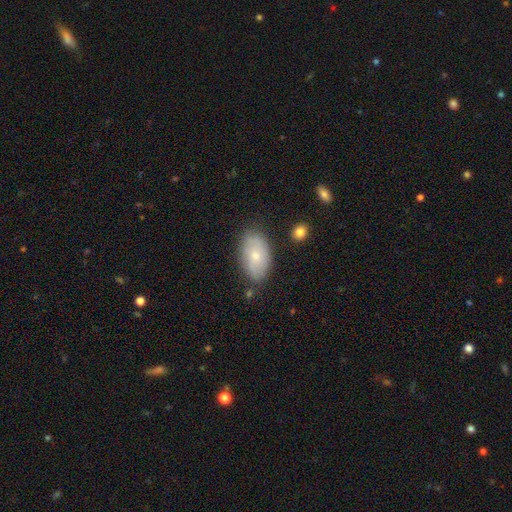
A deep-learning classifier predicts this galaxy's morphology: Q: Smooth or featured?
A: smooth (68%); runner-up: featured or disk (25%)
Q: How rounded?
A: in between (92%); runner-up: round (7%)
Q: Merging?
A: none (75%); runner-up: minor disturbance (19%)